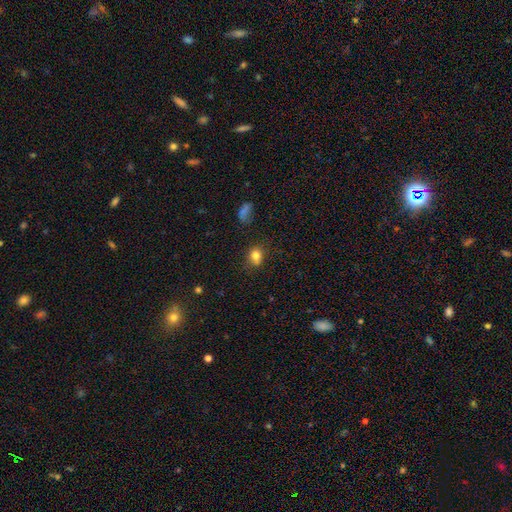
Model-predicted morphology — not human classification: The model was most divided on "how rounded": round: 59%, in between: 39%, cigar-shaped: 1%. More confident: smooth or featured — smooth (80%); merging — none (71%).